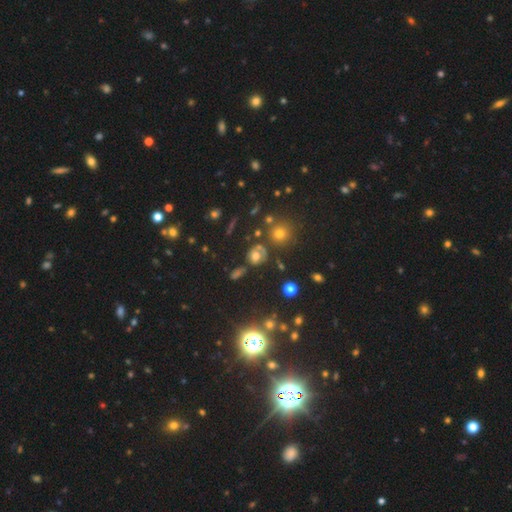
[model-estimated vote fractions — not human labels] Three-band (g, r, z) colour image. It shows a smooth galaxy with no disk features (59%) that is round (68%). Merging: none (61%).